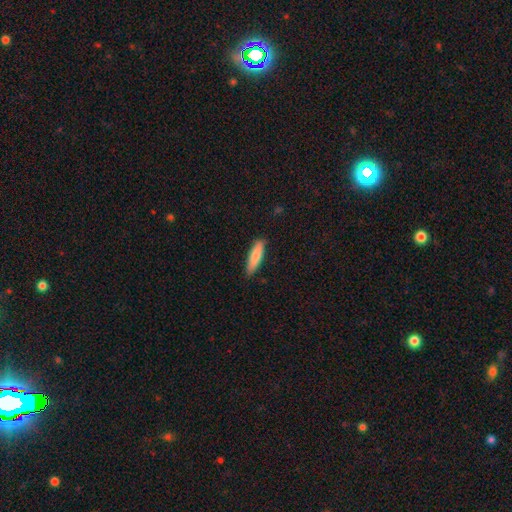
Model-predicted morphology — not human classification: The model was most divided on "how rounded": cigar-shaped: 72%, in between: 27%, round: 1%. More confident: merging — none (85%); smooth or featured — smooth (83%).